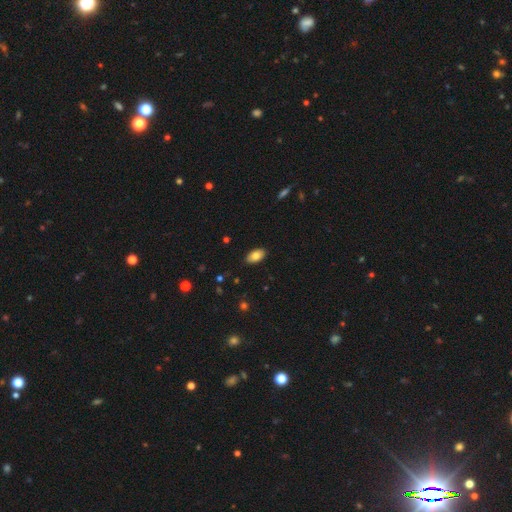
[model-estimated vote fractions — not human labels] smooth-or-featured: smooth: 82% | featured or disk: 11% | star or artifact: 7%
  how-rounded: in between: 94% | round: 4% | cigar-shaped: 2%
  merging: none: 88% | minor disturbance: 9% | major disturbance: 2% | merger: 1%